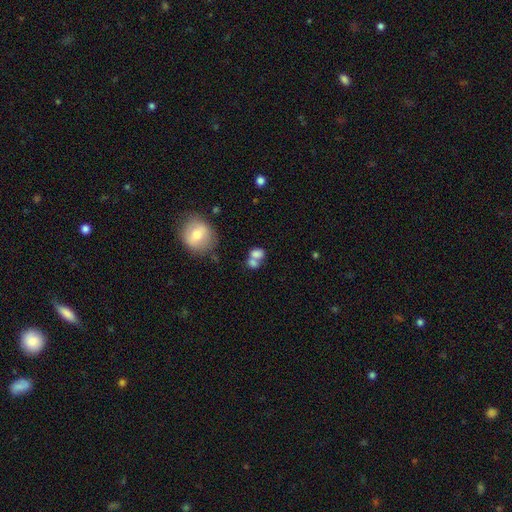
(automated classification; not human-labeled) This appears to be a smooth galaxy with no disk features (74%) that is in between round and cigar-shaped (60%). Merging: merger (56%).